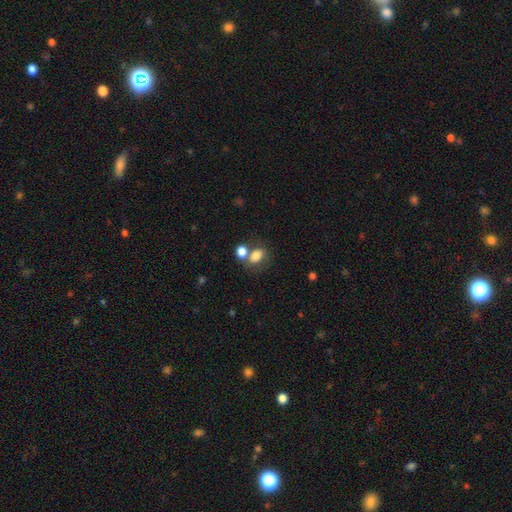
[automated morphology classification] Q: Smooth or featured?
A: smooth (77%); runner-up: featured or disk (13%)
Q: How rounded?
A: in between (75%); runner-up: round (24%)
Q: Merging?
A: none (41%); runner-up: merger (39%)